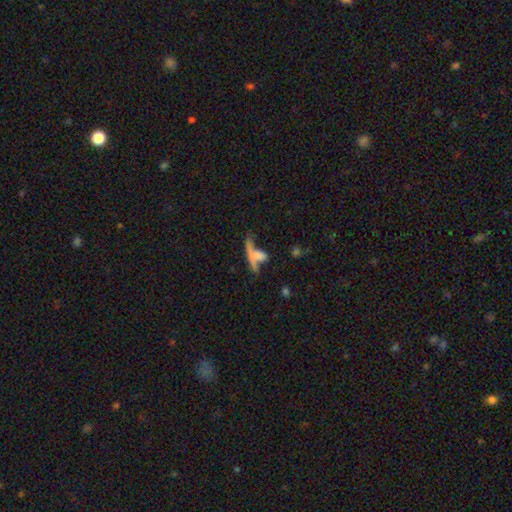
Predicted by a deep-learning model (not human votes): Smooth or featured? smooth (53%)
How rounded? cigar-shaped (59%)
Merging? merger (42%)